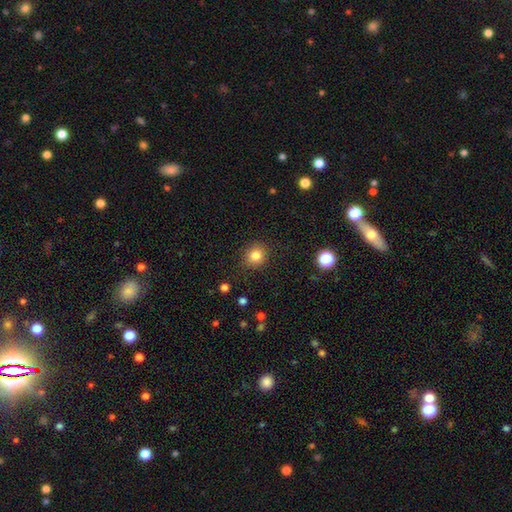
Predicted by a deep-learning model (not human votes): A smooth galaxy with no disk features (83%) that is round (83%).

Vote fractions:
- Smooth or featured? smooth: 83% / star or artifact: 11% / featured or disk: 6%
- How rounded? round: 83% / in between: 16% / cigar-shaped: 1%
- Merging? none: 87% / minor disturbance: 9% / major disturbance: 3% / merger: 1%